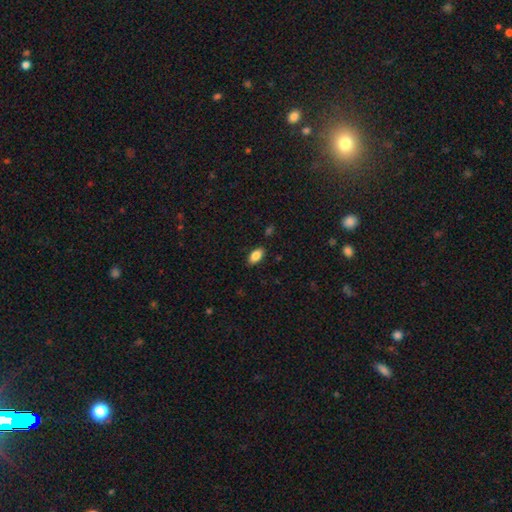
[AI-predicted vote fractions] smooth_or_featured: smooth (p=0.86) [alt: star or artifact p=0.08]
how_rounded: in between (p=0.93) [alt: round p=0.04]
merging: none (p=0.87) [alt: minor disturbance p=0.10]